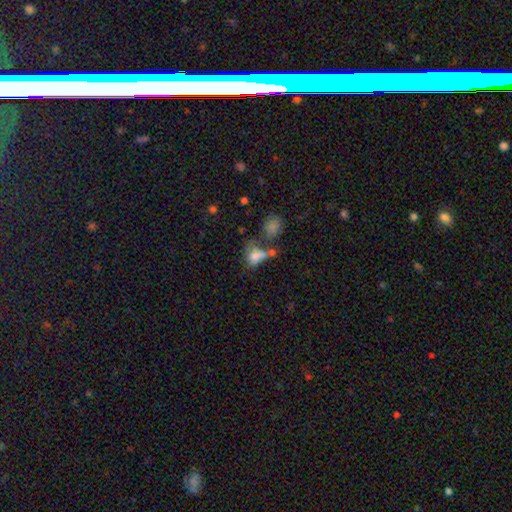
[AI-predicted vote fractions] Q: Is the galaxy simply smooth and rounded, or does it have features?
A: smooth — 70%.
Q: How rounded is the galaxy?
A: in between — 73%.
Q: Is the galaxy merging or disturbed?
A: merger — 38%.